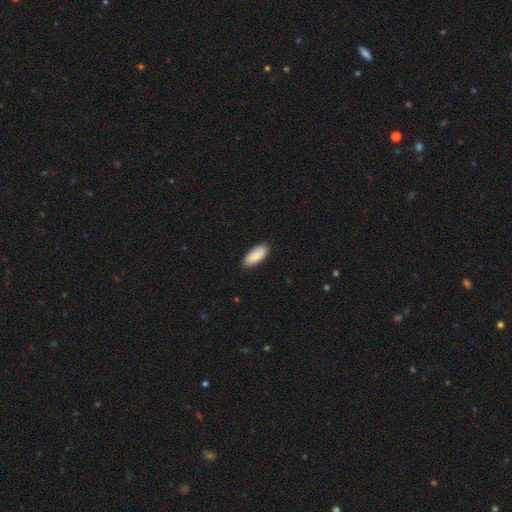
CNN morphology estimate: Overall: smooth (86%). How rounded: in between (83%). Merging: none (86%).